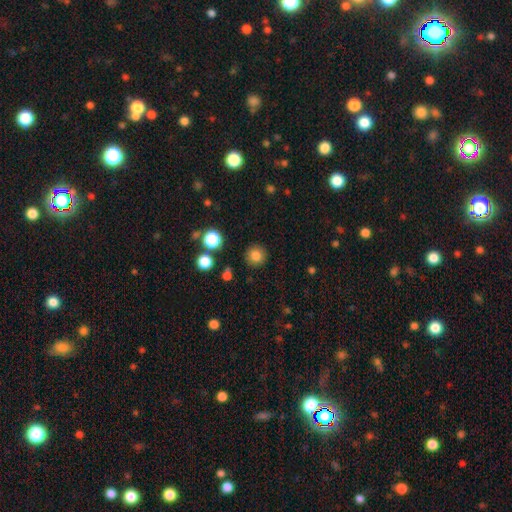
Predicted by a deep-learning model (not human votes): smooth 82%, star or artifact 12%, featured or disk 6%. Down the decision tree: how rounded — round (94%); merging — none (89%).